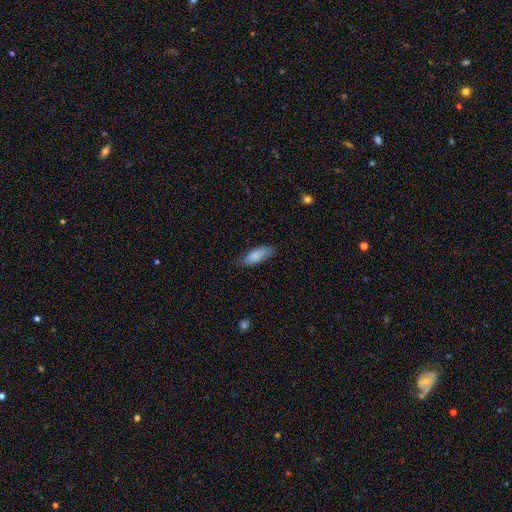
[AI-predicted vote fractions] Smooth or featured? Predicted: smooth (p=0.84). How rounded? Predicted: in between (p=0.68). Merging? Predicted: none (p=0.78).